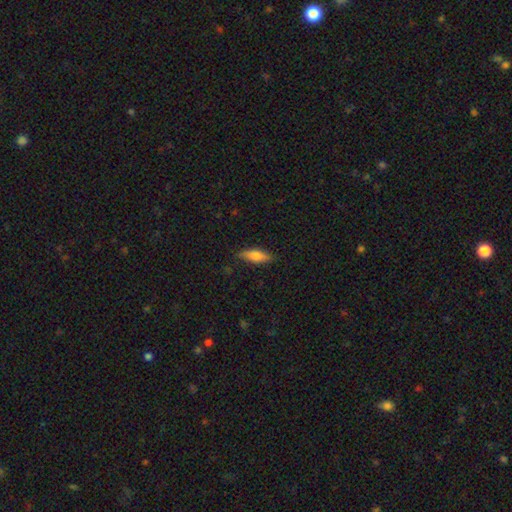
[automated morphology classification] Smooth or featured? smooth (74%)
How rounded? in between (56%)
Merging? none (82%)